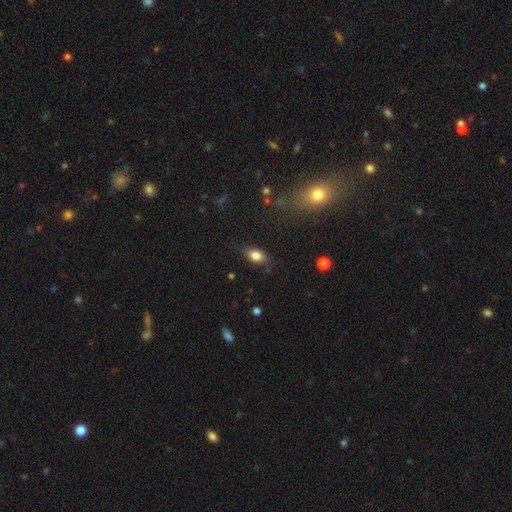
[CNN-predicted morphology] Smooth or featured? Predicted: smooth (p=0.81). How rounded? Predicted: in between (p=0.88). Merging? Predicted: none (p=0.80).